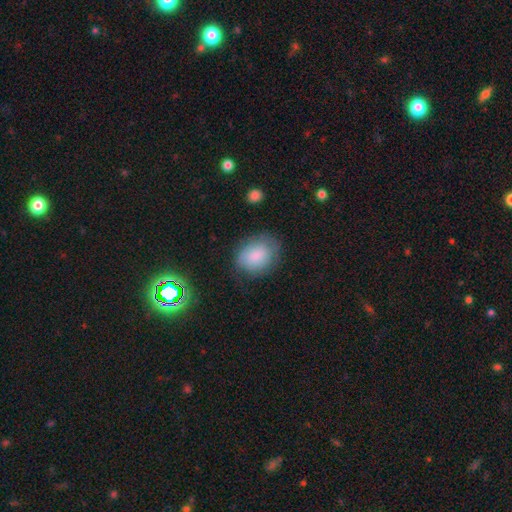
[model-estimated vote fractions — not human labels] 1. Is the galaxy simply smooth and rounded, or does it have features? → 80% smooth, 12% featured or disk, 8% star or artifact.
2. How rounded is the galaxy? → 61% in between, 38% round, 1% cigar-shaped.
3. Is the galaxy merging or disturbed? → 69% none, 21% minor disturbance, 8% major disturbance, 2% merger.